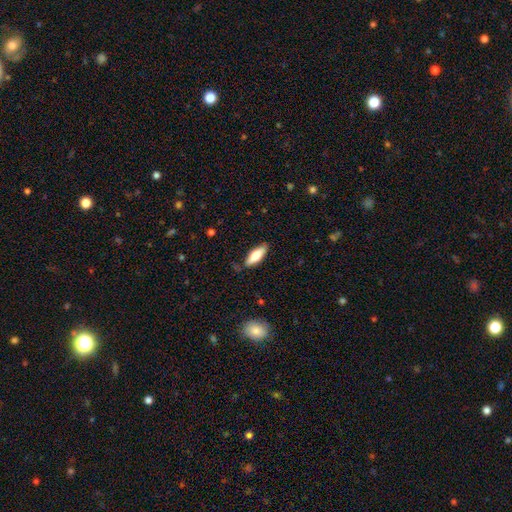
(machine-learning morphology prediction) type=smooth (70%); roundness=in between (65%); merging=none (82%).